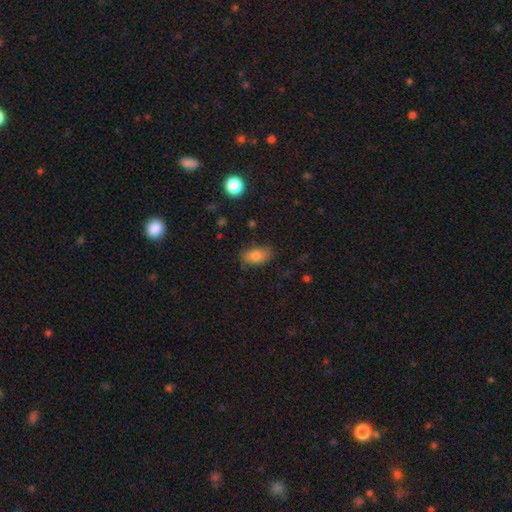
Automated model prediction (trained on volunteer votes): A smooth galaxy with no disk features (82%) that is in between round and cigar-shaped (90%). Merging: none (79%).